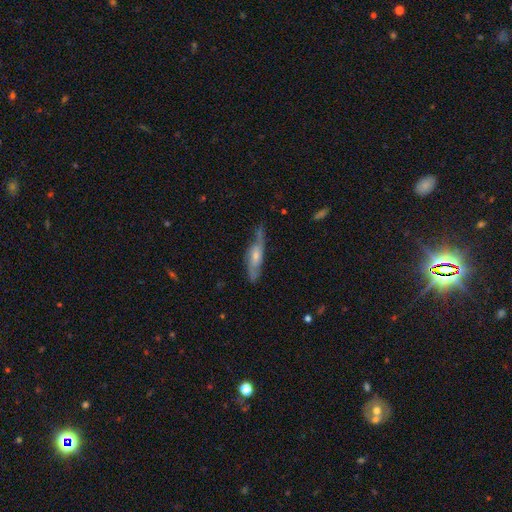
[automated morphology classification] Smooth or featured? featured or disk (65%)
Edge-on disk? no (59%)
Merging? none (63%)